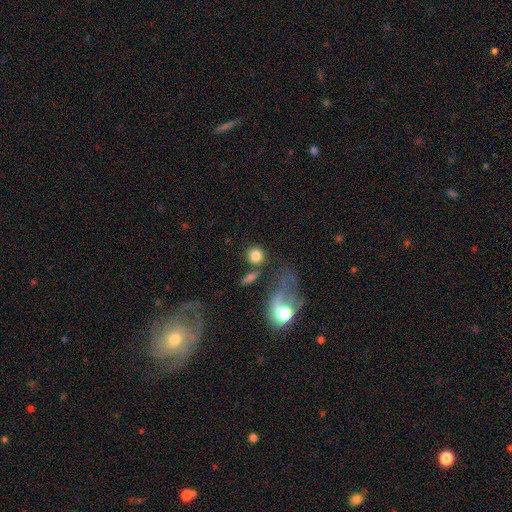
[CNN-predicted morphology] A smooth galaxy with no disk features (80%) that is round (83%). Merging: none (61%).